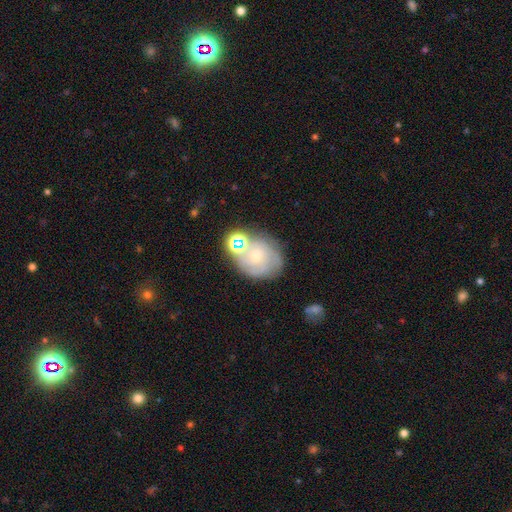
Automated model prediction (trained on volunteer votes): featured or disk 54%, smooth 34%, star or artifact 13%. Down the decision tree: edge-on disk — no (97%); bar — no (79%); spiral arms — yes (74%); bulge size — small (68%); merging — none (54%).